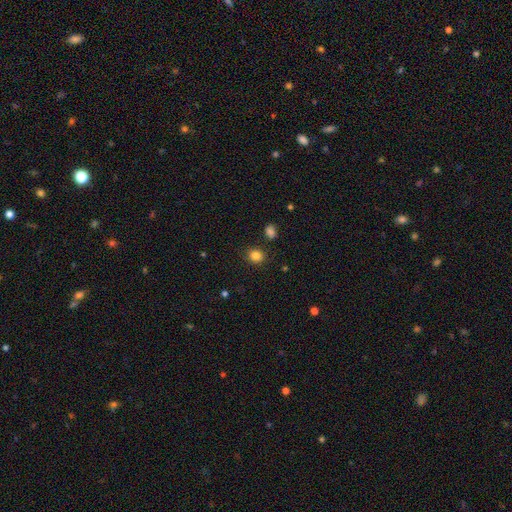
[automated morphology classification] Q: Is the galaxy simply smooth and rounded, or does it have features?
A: smooth — 84%.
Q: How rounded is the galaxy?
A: round — 76%.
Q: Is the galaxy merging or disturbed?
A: none — 86%.